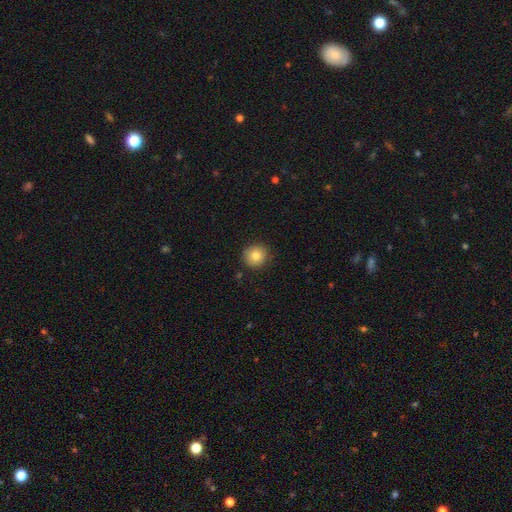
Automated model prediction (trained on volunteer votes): This appears to be a smooth galaxy with no disk features (82%) that is round (93%). Merging: none (89%).